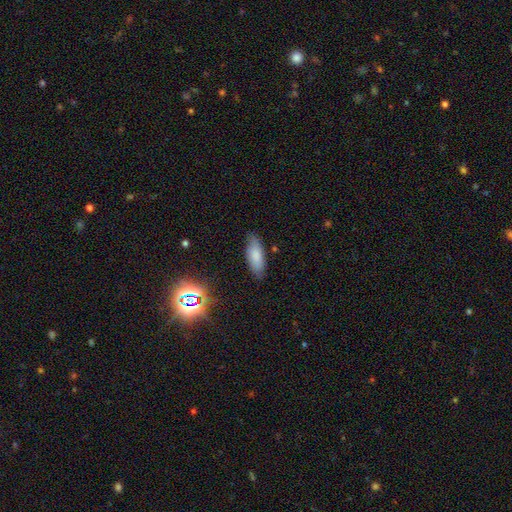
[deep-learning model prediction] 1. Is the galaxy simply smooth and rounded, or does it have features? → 81% smooth, 11% featured or disk, 9% star or artifact.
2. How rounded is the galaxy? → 69% in between, 29% cigar-shaped, 2% round.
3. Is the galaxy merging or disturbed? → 81% none, 14% minor disturbance, 3% major disturbance, 1% merger.